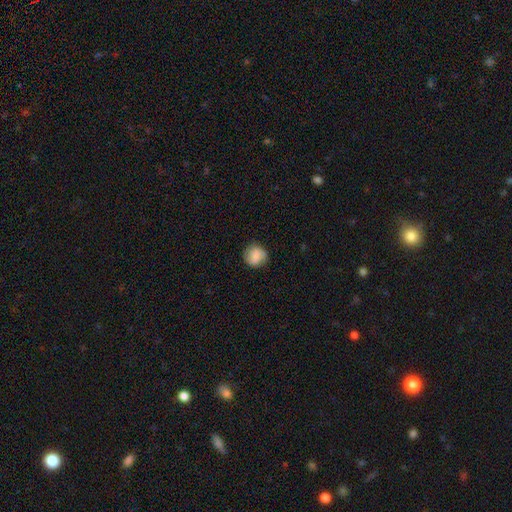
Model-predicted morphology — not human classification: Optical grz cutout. It shows a smooth galaxy with no disk features (66%) that is round (88%). Merging: none (82%).